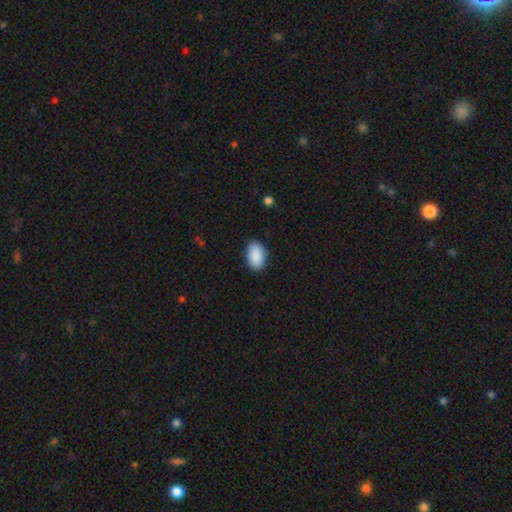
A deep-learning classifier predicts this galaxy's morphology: This is clearly a smooth galaxy (91%). How rounded: clearly in between (93%). Merging: clearly none (87%).